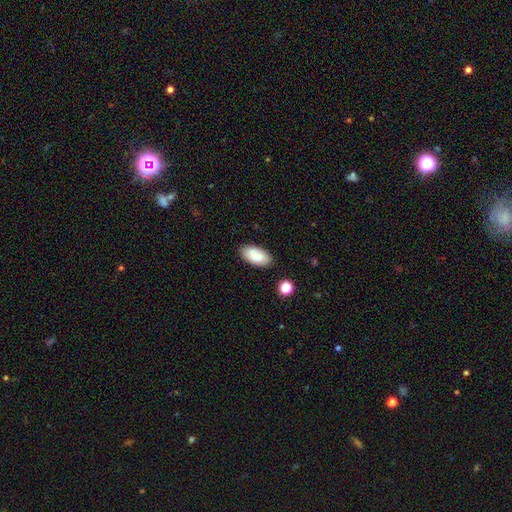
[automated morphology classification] Smooth or featured? smooth (86%)
How rounded? in between (94%)
Merging? none (84%)